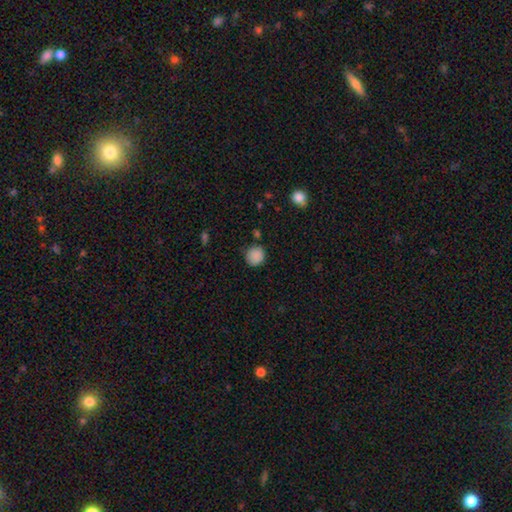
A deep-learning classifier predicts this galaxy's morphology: A smooth galaxy with no disk features (87%) that is round (89%).

Vote fractions:
- Smooth or featured? smooth: 87% / star or artifact: 9% / featured or disk: 3%
- How rounded? round: 89% / in between: 10% / cigar-shaped: 1%
- Merging? none: 82% / minor disturbance: 13% / major disturbance: 3% / merger: 3%